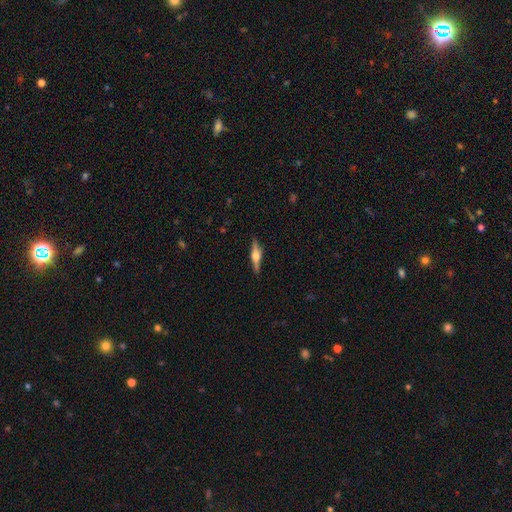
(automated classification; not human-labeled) A featured or disk galaxy (68%) viewed edge-on (97%) with a rounded central bulge (89%). Merging: none (89%).